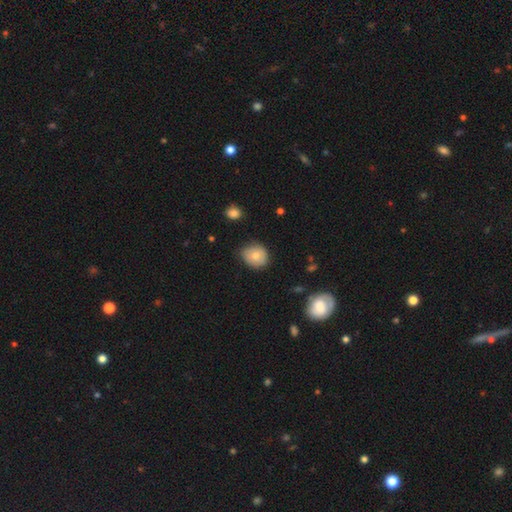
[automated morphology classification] smooth 73%, featured or disk 19%, star or artifact 8%. Down the decision tree: how rounded — round (73%); merging — none (67%).